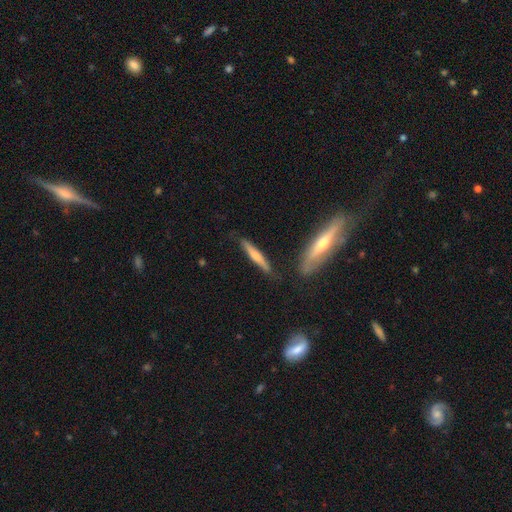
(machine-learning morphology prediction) Smooth or featured? Predicted: smooth (p=0.59). How rounded? Predicted: cigar-shaped (p=0.93). Merging? Predicted: none (p=0.81).